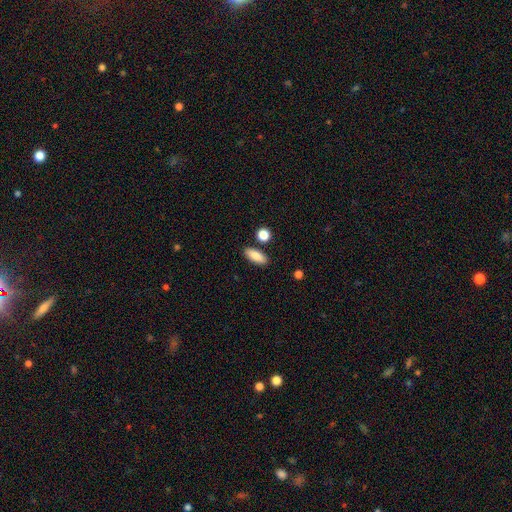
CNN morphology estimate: A smooth galaxy with no disk features (85%) that is in between round and cigar-shaped (76%).

Vote fractions:
- Smooth or featured? smooth: 85% / featured or disk: 8% / star or artifact: 7%
- How rounded? in between: 76% / cigar-shaped: 20% / round: 4%
- Merging? none: 85% / minor disturbance: 8% / merger: 4% / major disturbance: 2%